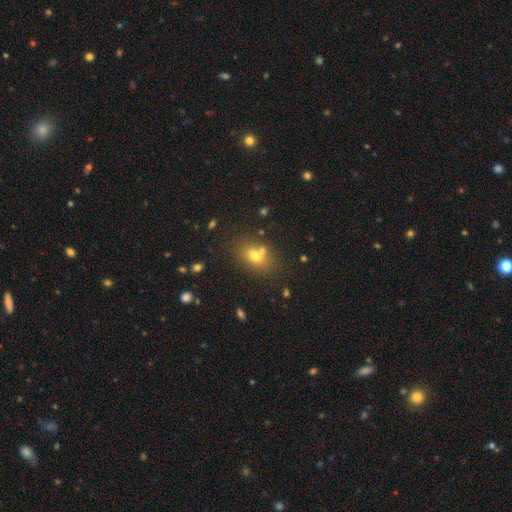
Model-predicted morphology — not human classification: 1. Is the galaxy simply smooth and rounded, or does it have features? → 66% smooth, 17% featured or disk, 17% star or artifact.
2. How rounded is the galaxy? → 63% in between, 35% round, 2% cigar-shaped.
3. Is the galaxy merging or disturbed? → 63% none, 21% merger, 12% minor disturbance, 4% major disturbance.